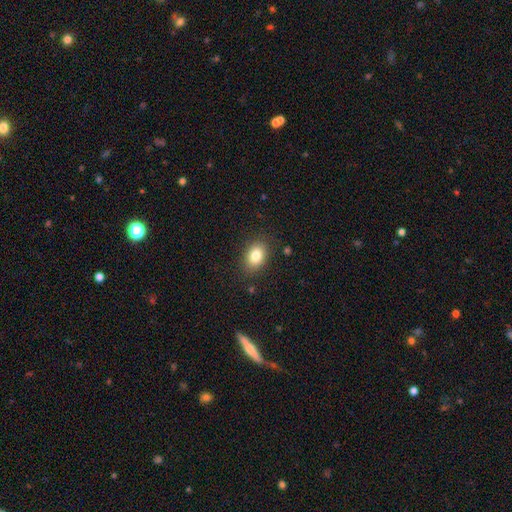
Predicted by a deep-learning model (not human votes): smooth-or-featured: smooth: 82% | star or artifact: 9% | featured or disk: 9%
  how-rounded: in between: 79% | round: 20% | cigar-shaped: 1%
  merging: none: 85% | minor disturbance: 11% | major disturbance: 3% | merger: 1%